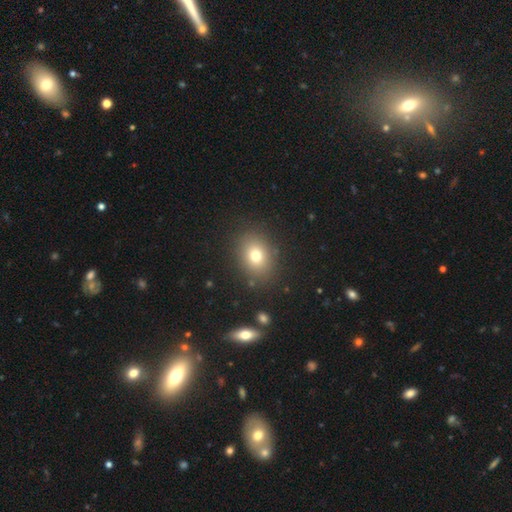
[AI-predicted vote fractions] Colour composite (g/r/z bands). It shows a smooth galaxy with no disk features (74%) that is in between round and cigar-shaped (51%). Merging: none (85%).